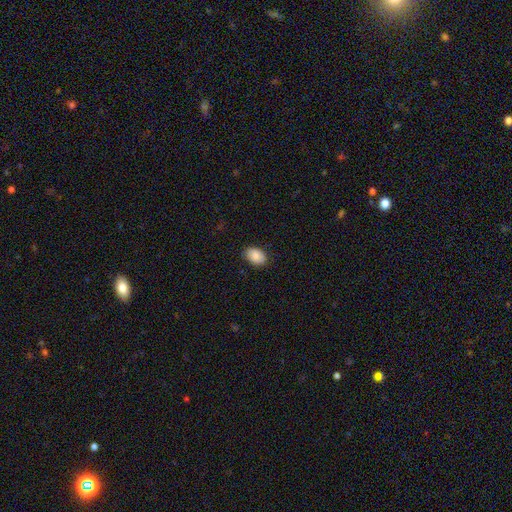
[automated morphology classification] A smooth galaxy with no disk features (87%) that is in between round and cigar-shaped (82%). Merging: none (84%).